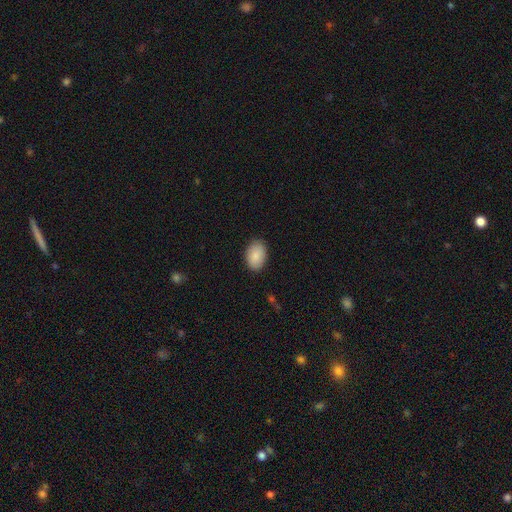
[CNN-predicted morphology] Smooth or featured? Predicted: smooth (p=0.88). How rounded? Predicted: in between (p=0.89). Merging? Predicted: none (p=0.88).